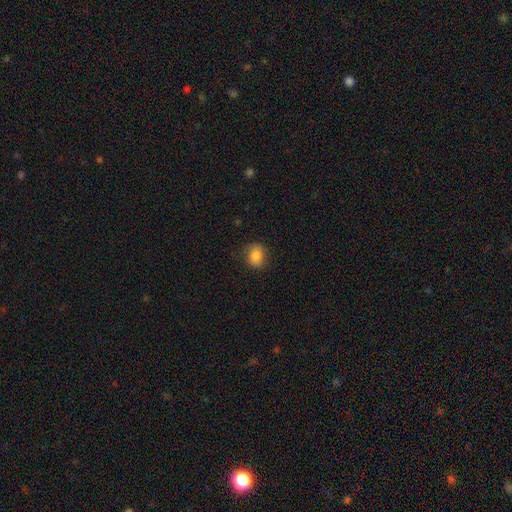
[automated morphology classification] Overall: smooth (84%). How rounded: in between (51%; round 47%). Merging: none (80%).